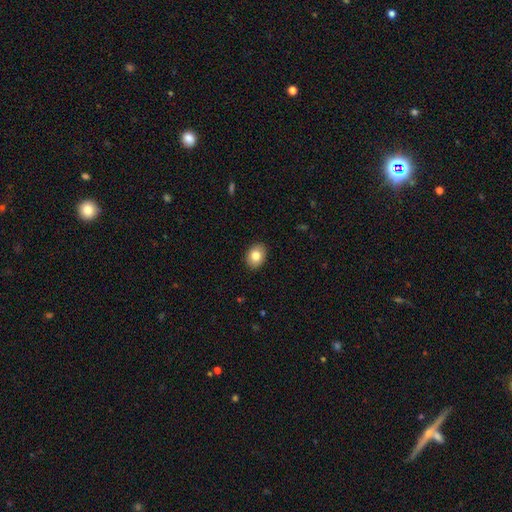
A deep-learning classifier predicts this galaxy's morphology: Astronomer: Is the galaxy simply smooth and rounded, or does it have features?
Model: smooth — 81%.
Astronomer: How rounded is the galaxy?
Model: in between — 62% (runner-up: round, 38%).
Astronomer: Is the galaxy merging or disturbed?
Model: none — 90%.